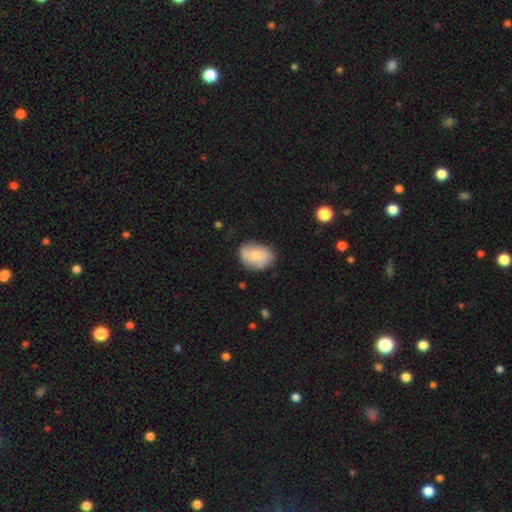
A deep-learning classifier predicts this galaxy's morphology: A smooth galaxy with no disk features (55%) that is in between round and cigar-shaped (72%). Merging: none (73%).